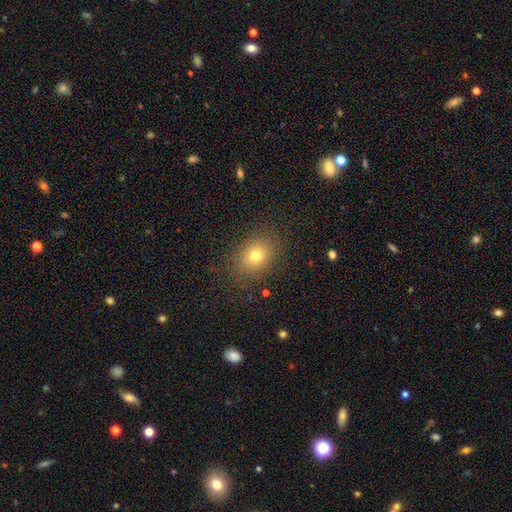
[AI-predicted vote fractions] smooth_or_featured: smooth (p=0.75) [alt: star or artifact p=0.14]
how_rounded: in between (p=0.51) [alt: round p=0.48]
merging: none (p=0.84) [alt: minor disturbance p=0.10]